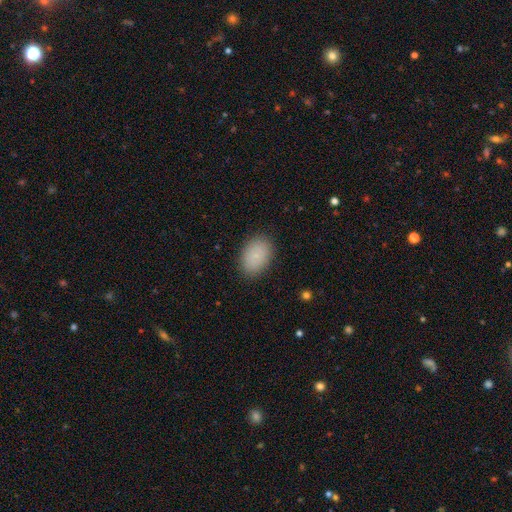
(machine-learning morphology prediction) smooth_or_featured: smooth (p=0.85) [alt: star or artifact p=0.08]
how_rounded: in between (p=0.85) [alt: round p=0.14]
merging: none (p=0.88) [alt: minor disturbance p=0.09]